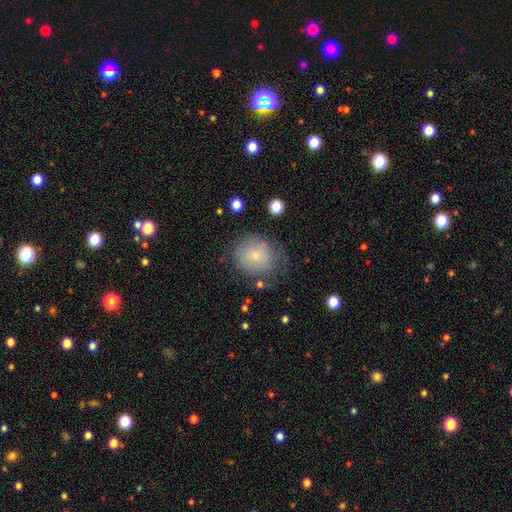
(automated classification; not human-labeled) Morphology: type=smooth (73%); roundness=round (72%); merging=none (61%).